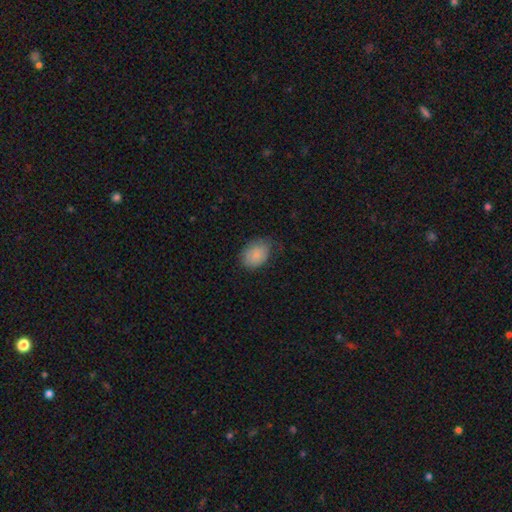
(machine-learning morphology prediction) Smooth or featured? smooth (84%)
How rounded? in between (73%)
Merging? none (56%)